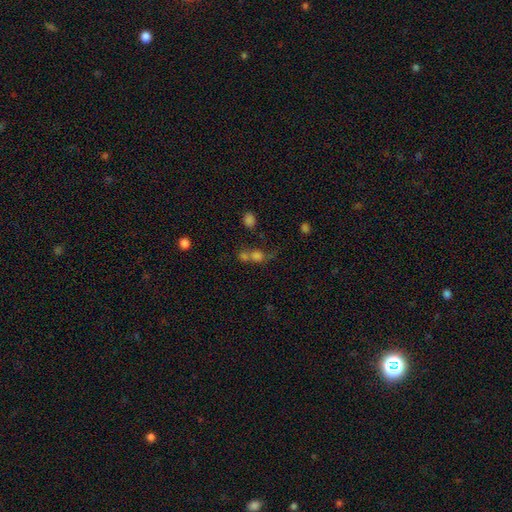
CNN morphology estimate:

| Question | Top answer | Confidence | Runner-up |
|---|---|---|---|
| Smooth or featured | smooth | 59% | star or artifact (23%) |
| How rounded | round | 67% | in between (28%) |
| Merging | merger | 46% | none (33%) |